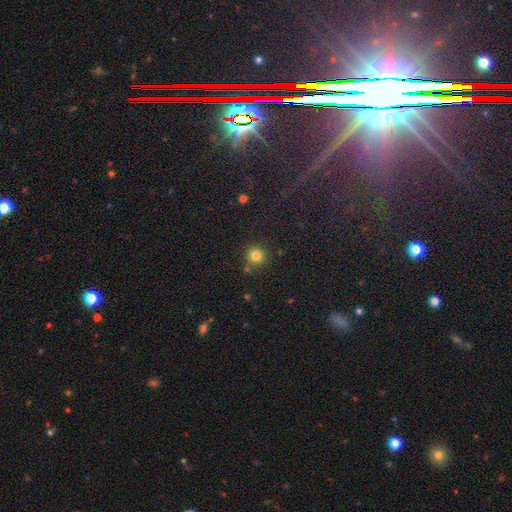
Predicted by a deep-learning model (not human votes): Smooth or featured? smooth (81%)
How rounded? round (94%)
Merging? none (83%)